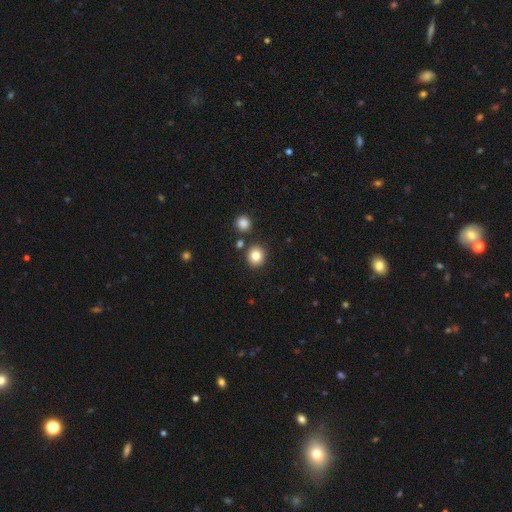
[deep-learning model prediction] Overall: smooth (83%). How rounded: round (86%). Merging: none (85%).